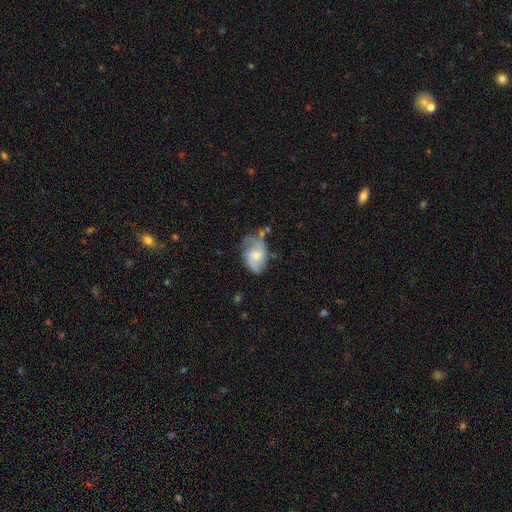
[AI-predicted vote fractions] The model was most divided on "spiral winding": medium: 46%, loose: 35%, tight: 19%. Remaining: edge-on disk — no (97%); spiral arms — yes (88%); spiral arm count — 2 (70%); smooth or featured — featured or disk (67%); bar — no (55%); bulge size — moderate (49%); merging — none (45%).